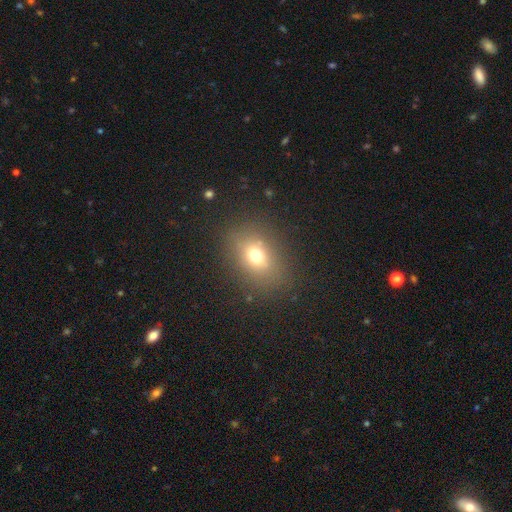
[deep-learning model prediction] A smooth galaxy with no disk features (69%) that is in between round and cigar-shaped (61%). Merging: none (81%).